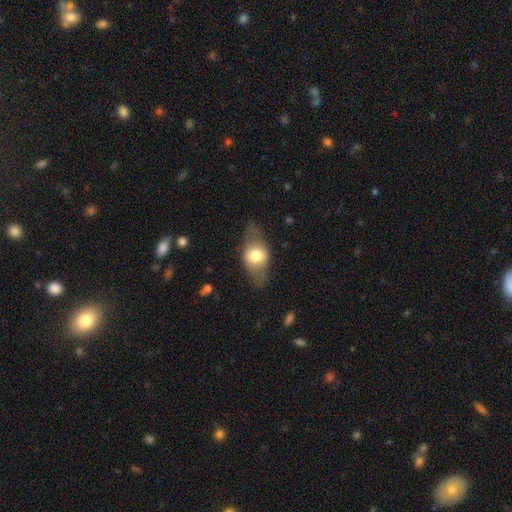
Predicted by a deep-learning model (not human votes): Morphology: type=smooth (56%); roundness=in between (74%); merging=none (67%).